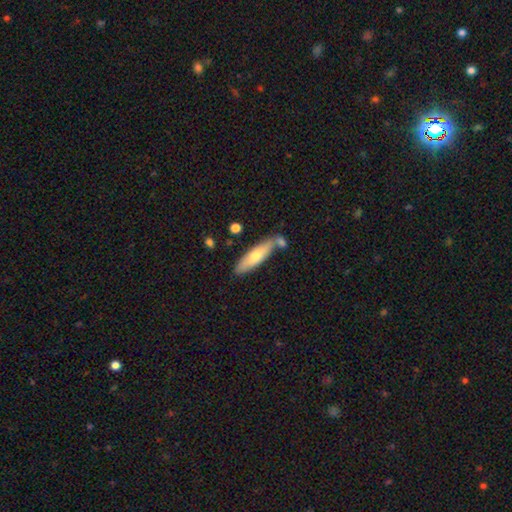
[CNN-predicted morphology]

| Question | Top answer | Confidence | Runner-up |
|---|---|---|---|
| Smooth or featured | smooth | 63% | featured or disk (31%) |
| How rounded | cigar-shaped | 66% | in between (32%) |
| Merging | none | 66% | merger (16%) |